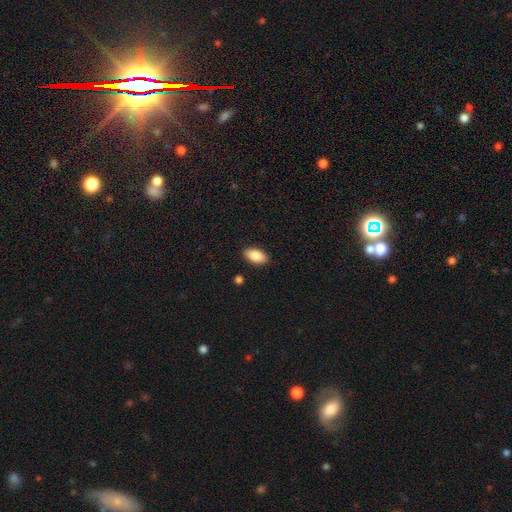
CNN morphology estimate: Q: Smooth or featured?
A: smooth (86%); runner-up: featured or disk (7%)
Q: How rounded?
A: in between (92%); runner-up: cigar-shaped (5%)
Q: Merging?
A: none (89%); runner-up: minor disturbance (8%)